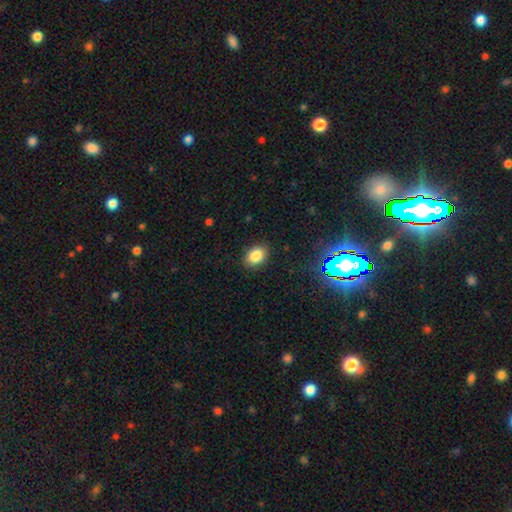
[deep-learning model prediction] Smooth or featured: smooth — 85% (star or artifact — 10%)
How rounded: in between — 72% (round — 27%)
Merging: none — 88% (minor disturbance — 9%)